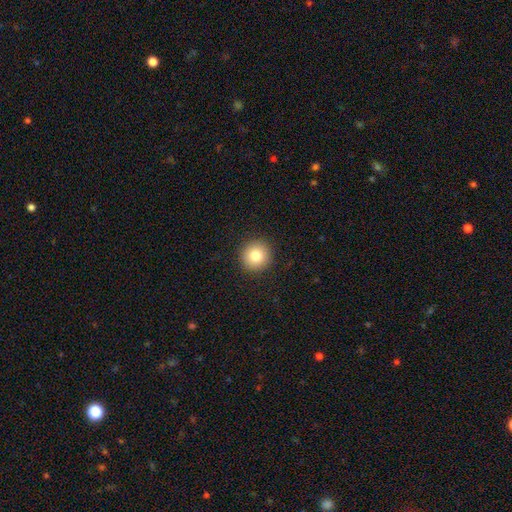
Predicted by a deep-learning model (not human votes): Morphology: type=smooth (82%); roundness=round (93%); merging=none (92%).